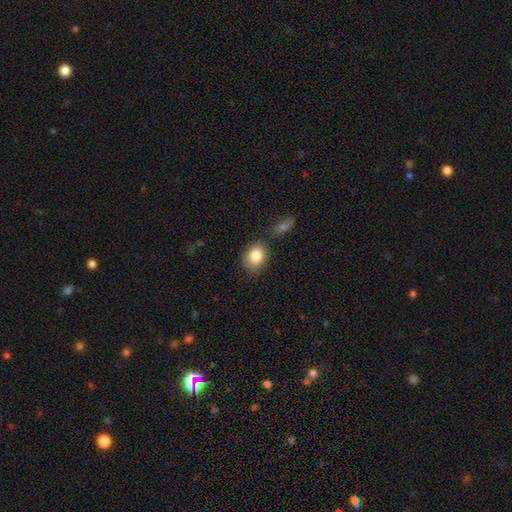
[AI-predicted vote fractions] Smooth or featured? Predicted: smooth (p=0.83). How rounded? Predicted: in between (p=0.56). Merging? Predicted: none (p=0.75).